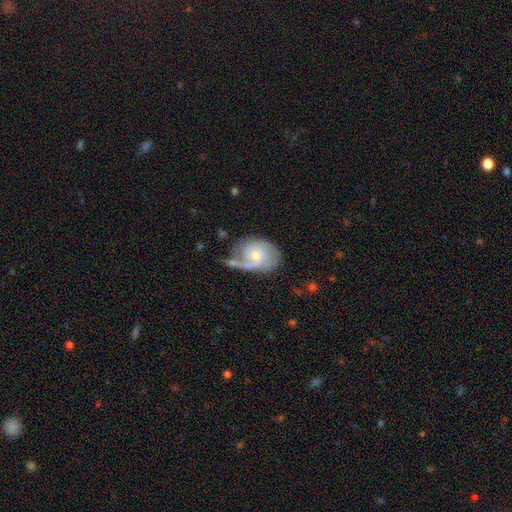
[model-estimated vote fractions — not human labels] This appears to be a featured or disk galaxy (76%) with no bar (68%), 2 (48%) medium (43%) spiral arms (93%) and a small central bulge (53%). Merging: none (46%).